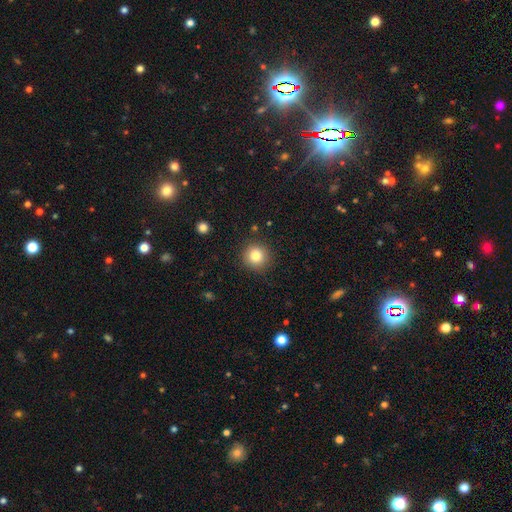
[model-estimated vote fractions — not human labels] Overall: smooth (81%). How rounded: round (94%). Merging: none (90%).